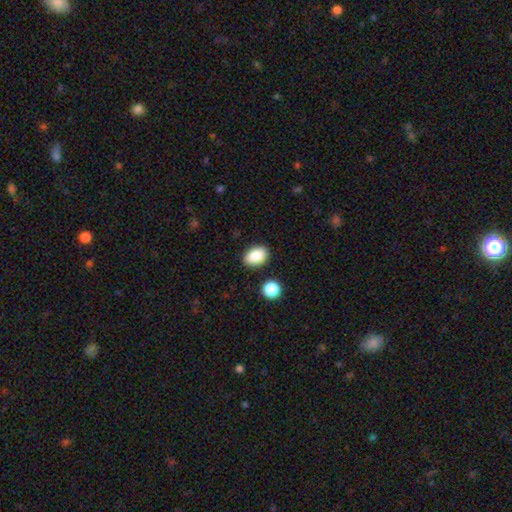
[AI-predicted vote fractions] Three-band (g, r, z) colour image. It shows a smooth galaxy with no disk features (87%) that is in between round and cigar-shaped (83%). Merging: none (86%).